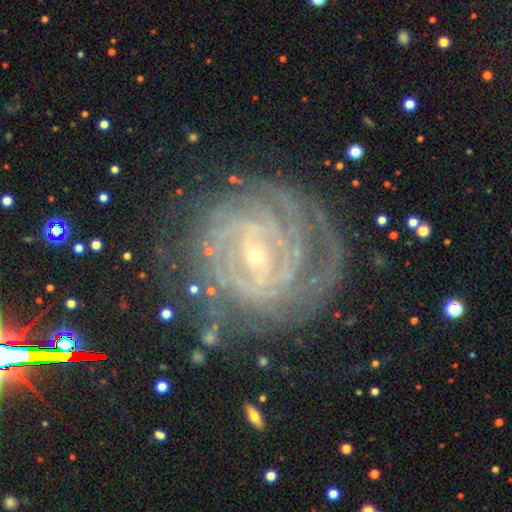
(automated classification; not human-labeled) The model was most divided on "bar": weak: 43%, no: 30%, strong: 27%. Remaining: edge-on disk — no (97%); spiral arms — yes (94%); smooth or featured — featured or disk (85%); bulge size — small (82%); spiral winding — tight (76%); merging — none (71%); spiral arm count — can't tell (36%).